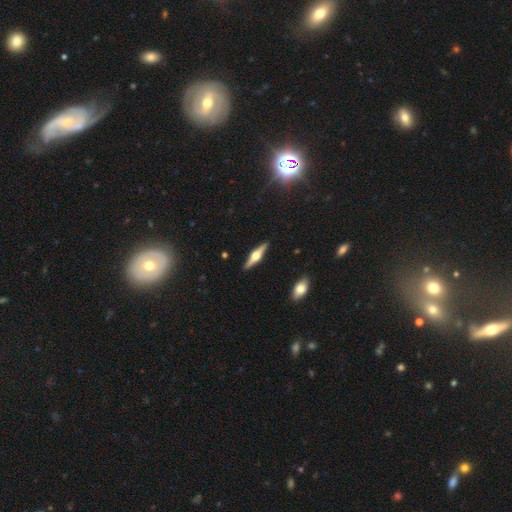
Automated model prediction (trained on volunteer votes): Overall: featured or disk (75%). Edge-on disk: yes (97%). Edge-on bulge: rounded (94%). Merging: none (91%).